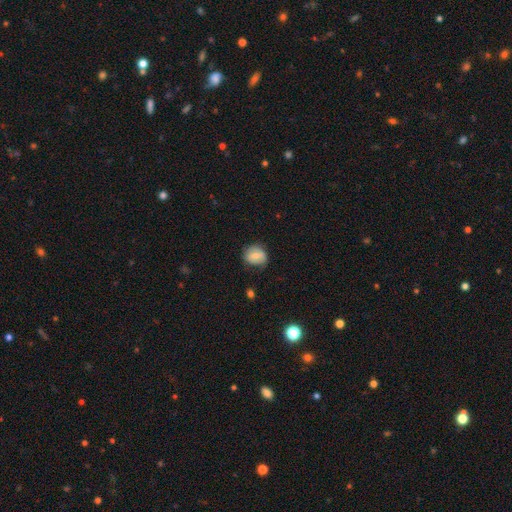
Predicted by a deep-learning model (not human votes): Smooth or featured? smooth (69%)
How rounded? round (65%)
Merging? none (70%)